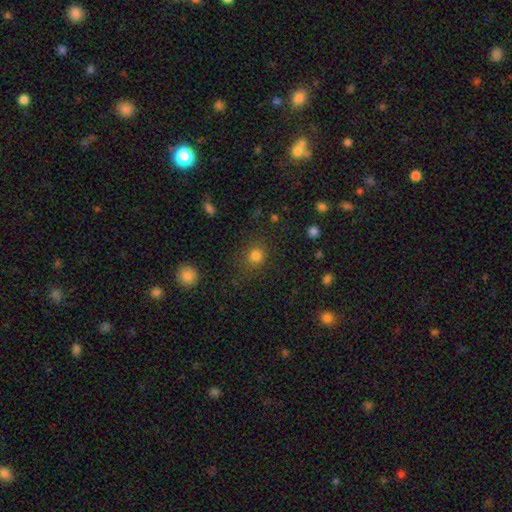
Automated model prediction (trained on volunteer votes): smooth 81%, star or artifact 14%, featured or disk 5%. Down the decision tree: how rounded — round (85%); merging — none (81%).